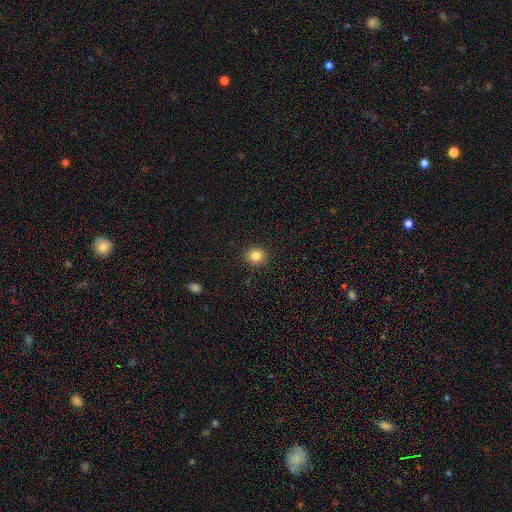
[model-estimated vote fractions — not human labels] Overall: smooth (84%). How rounded: round (85%). Merging: none (91%).